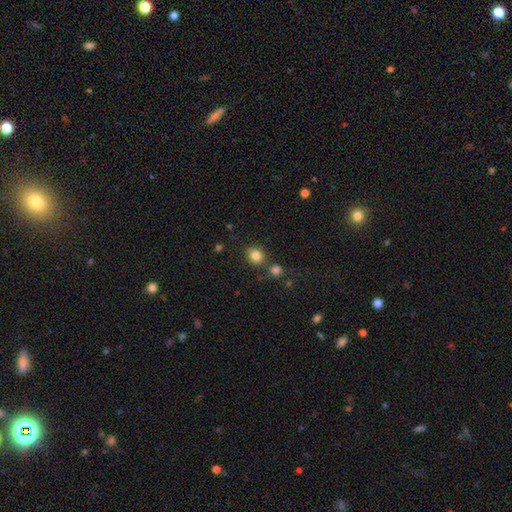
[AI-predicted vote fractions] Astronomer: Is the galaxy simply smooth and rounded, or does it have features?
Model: smooth — 83%.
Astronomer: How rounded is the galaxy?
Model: round — 70%.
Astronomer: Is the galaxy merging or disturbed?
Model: none — 75%.